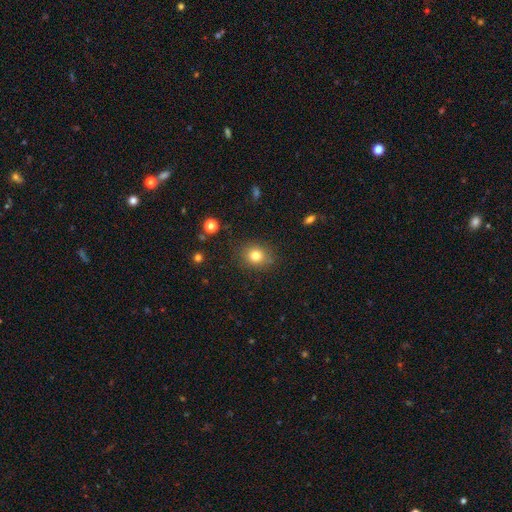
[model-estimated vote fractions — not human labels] Q: Smooth or featured?
A: smooth (80%); runner-up: star or artifact (13%)
Q: How rounded?
A: round (76%); runner-up: in between (23%)
Q: Merging?
A: none (85%); runner-up: minor disturbance (10%)